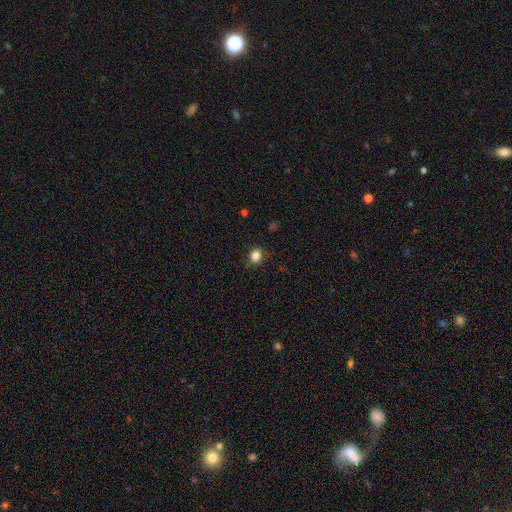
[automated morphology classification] Smooth or featured: smooth — 84% (star or artifact — 11%)
How rounded: round — 59% (in between — 40%)
Merging: none — 81% (minor disturbance — 14%)